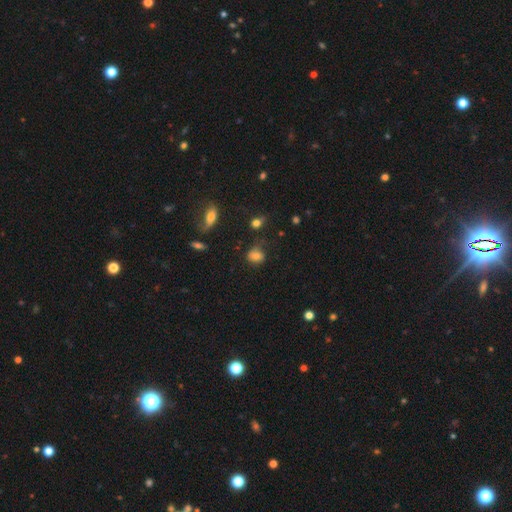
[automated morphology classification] type=smooth (74%); roundness=in between (50%); merging=none (57%).